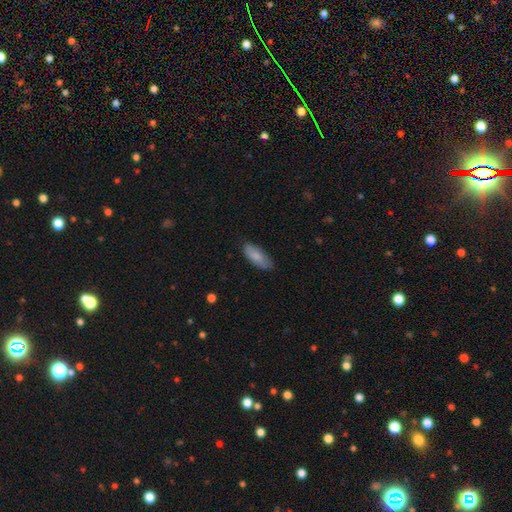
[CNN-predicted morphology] Overall: smooth (81%). How rounded: in between (81%). Merging: none (76%).